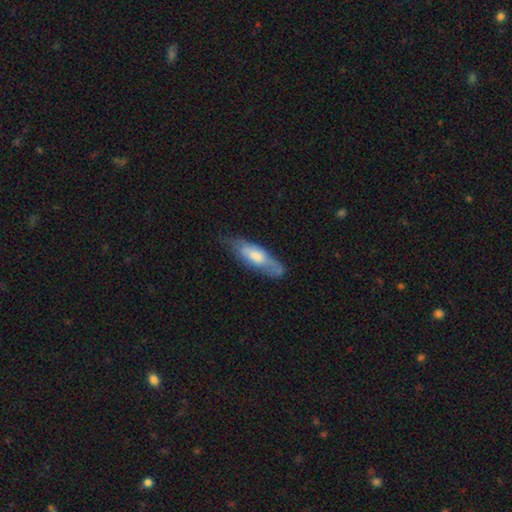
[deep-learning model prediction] Smooth or featured: featured or disk — 47% (smooth — 44%)
Merging: none — 73% (minor disturbance — 20%)